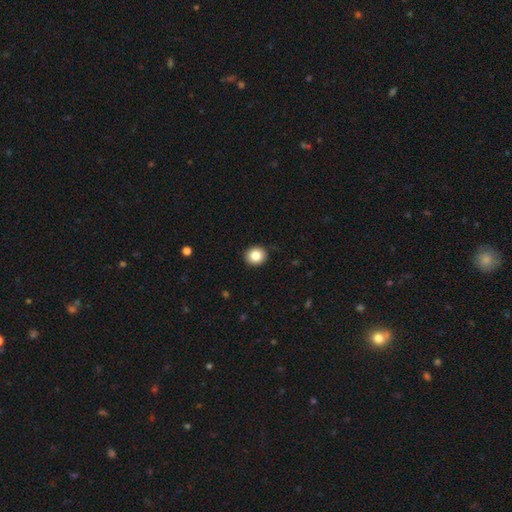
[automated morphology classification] Smooth or featured? Predicted: smooth (p=0.84). How rounded? Predicted: round (p=0.80). Merging? Predicted: none (p=0.91).